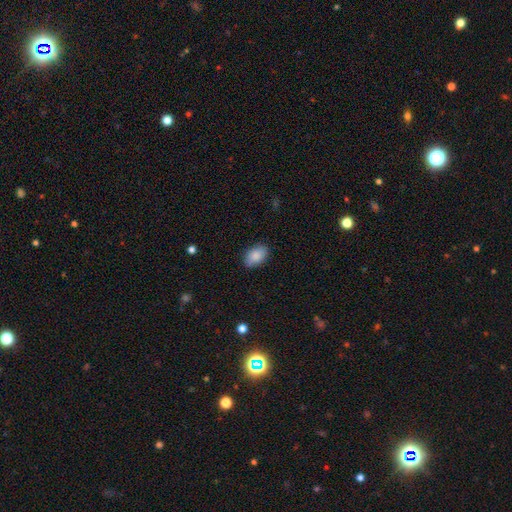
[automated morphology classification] smooth 86%, featured or disk 7%, star or artifact 7%. Down the decision tree: how rounded — in between (90%); merging — none (85%).